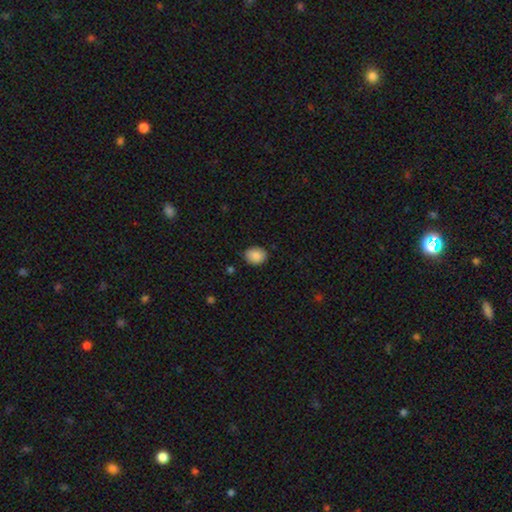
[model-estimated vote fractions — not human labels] This is clearly a smooth galaxy (88%). How rounded: possibly in between (53%). Merging: clearly none (84%).